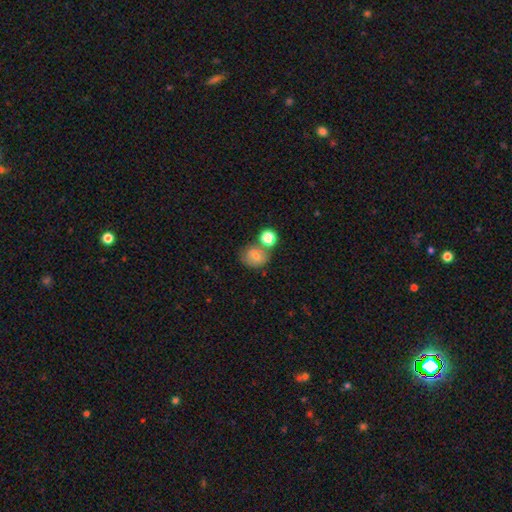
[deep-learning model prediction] smooth_or_featured: smooth (p=0.70) [alt: featured or disk p=0.17]
how_rounded: round (p=0.62) [alt: in between p=0.37]
merging: none (p=0.52) [alt: merger p=0.27]